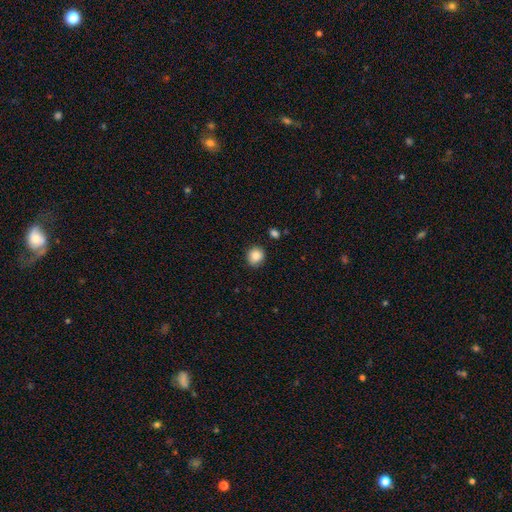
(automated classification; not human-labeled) Overall: smooth (87%). How rounded: round (84%). Merging: none (84%).